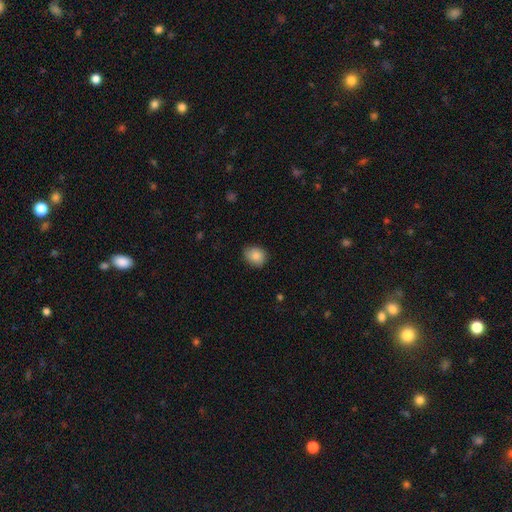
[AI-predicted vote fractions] A smooth galaxy with no disk features (86%) that is round (60%). Merging: none (80%).